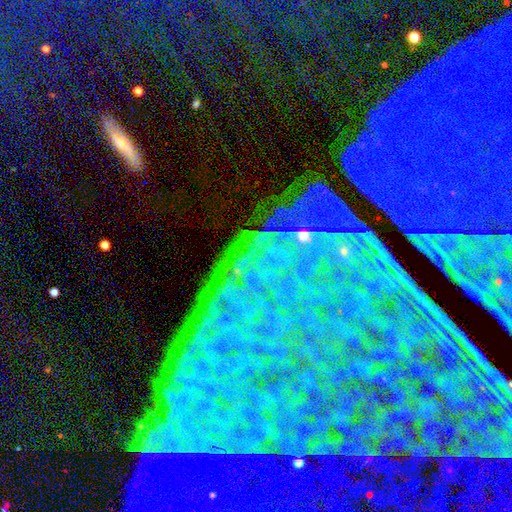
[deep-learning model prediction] Smooth or featured? Predicted: star or artifact (p=0.82).